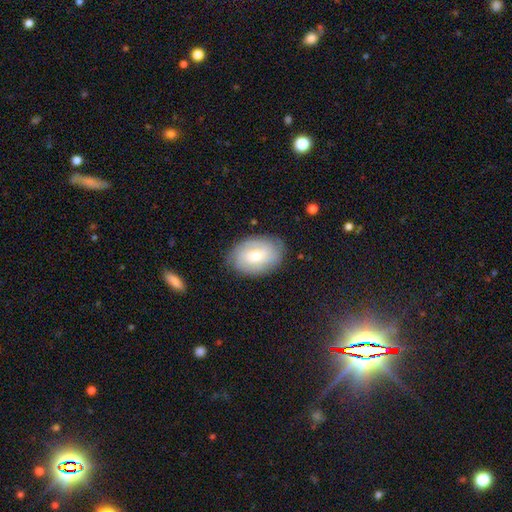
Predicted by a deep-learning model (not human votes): This is possibly a featured or disk galaxy (51%). It is clearly not viewed edge-on (95%). Merging: clearly none (81%).